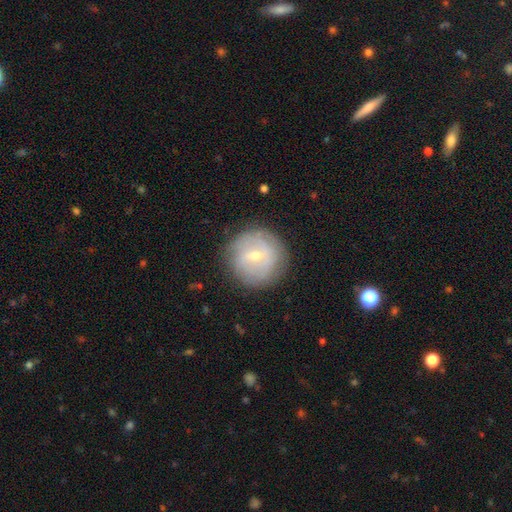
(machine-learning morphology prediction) Smooth or featured? featured or disk (53%)
Edge-on disk? no (95%)
Bar? weak (56%)
Spiral arms? yes (57%)
Bulge size? small (60%)
Merging? none (83%)